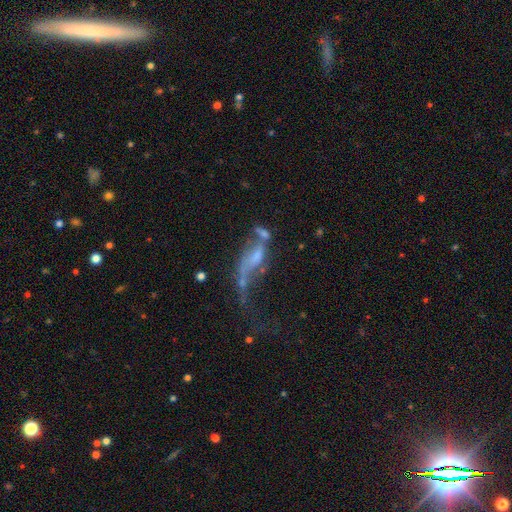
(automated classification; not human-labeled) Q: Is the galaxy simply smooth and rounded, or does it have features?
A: featured or disk — 63%.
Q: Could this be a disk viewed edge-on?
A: no — 86%.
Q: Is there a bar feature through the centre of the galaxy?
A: no — 61%.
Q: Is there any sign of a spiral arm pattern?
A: no — 53%.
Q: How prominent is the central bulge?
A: none — 41%.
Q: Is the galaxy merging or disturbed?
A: major disturbance — 38%.